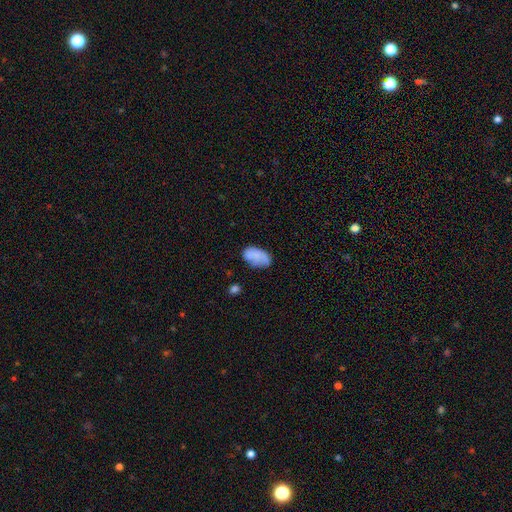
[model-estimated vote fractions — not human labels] Q: Smooth or featured?
A: smooth (77%); runner-up: featured or disk (15%)
Q: How rounded?
A: in between (93%); runner-up: round (5%)
Q: Merging?
A: none (53%); runner-up: minor disturbance (30%)